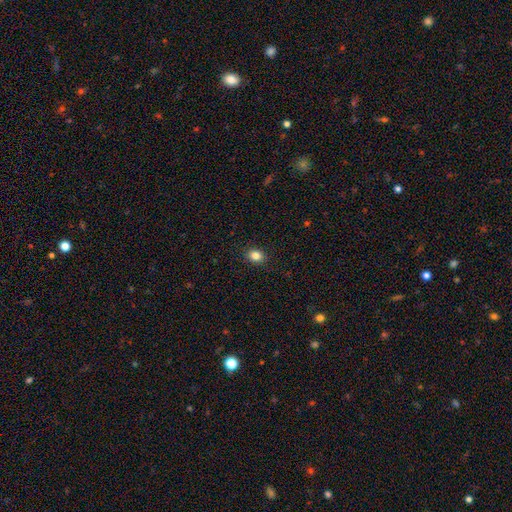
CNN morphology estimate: smooth 84%, star or artifact 11%, featured or disk 6%. Down the decision tree: how rounded — in between (52%); merging — none (89%).